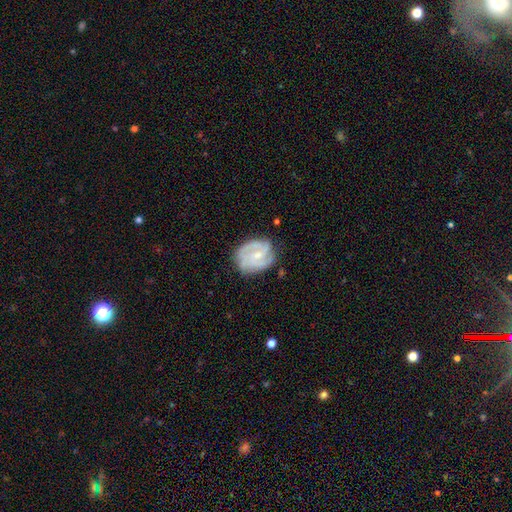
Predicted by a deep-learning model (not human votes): This appears to be a featured or disk galaxy (81%) with no bar (50%), 3 (34%) tight (52%) spiral arms (94%) and a small central bulge (58%). Merging: none (69%).